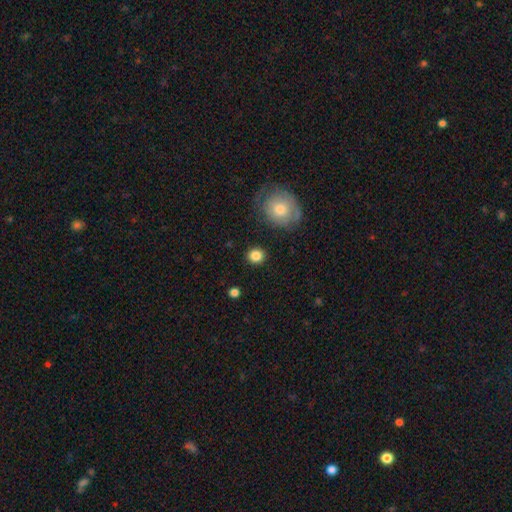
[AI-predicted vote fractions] Smooth or featured? smooth (85%)
How rounded? round (86%)
Merging? none (89%)